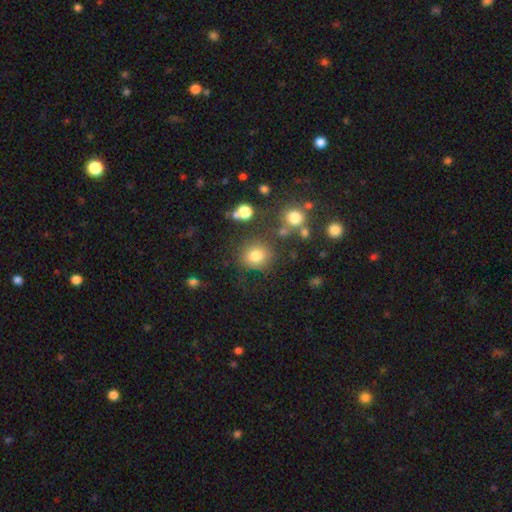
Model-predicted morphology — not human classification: A smooth galaxy with no disk features (79%) that is round (78%).

Vote fractions:
- Smooth or featured? smooth: 79% / star or artifact: 14% / featured or disk: 7%
- How rounded? round: 78% / in between: 21% / cigar-shaped: 1%
- Merging? none: 77% / minor disturbance: 12% / merger: 6% / major disturbance: 5%